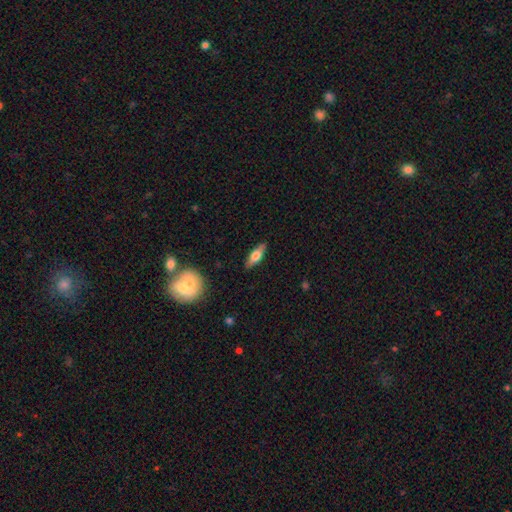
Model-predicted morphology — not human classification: Smooth or featured: smooth — 58% (featured or disk — 36%)
How rounded: in between — 57% (cigar-shaped — 40%)
Merging: none — 86% (minor disturbance — 10%)